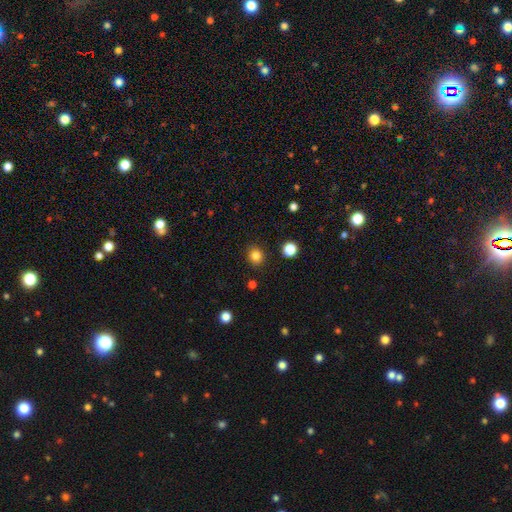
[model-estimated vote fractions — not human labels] Overall: smooth (83%). How rounded: round (84%). Merging: none (90%).